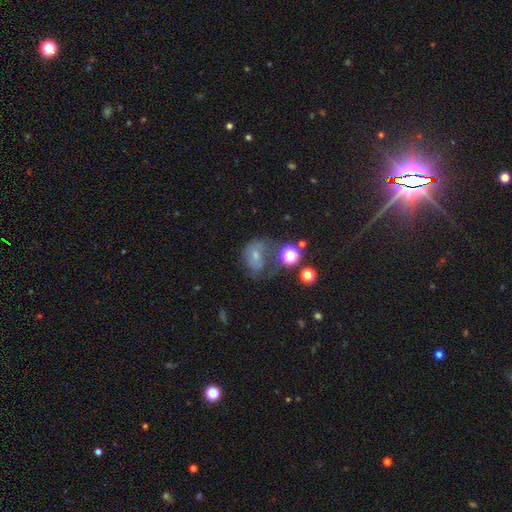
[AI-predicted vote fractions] The model was most divided on "merging": major disturbance: 33%, none: 29%, minor disturbance: 23%, merger: 15%. Remaining: smooth or featured — smooth (49%).